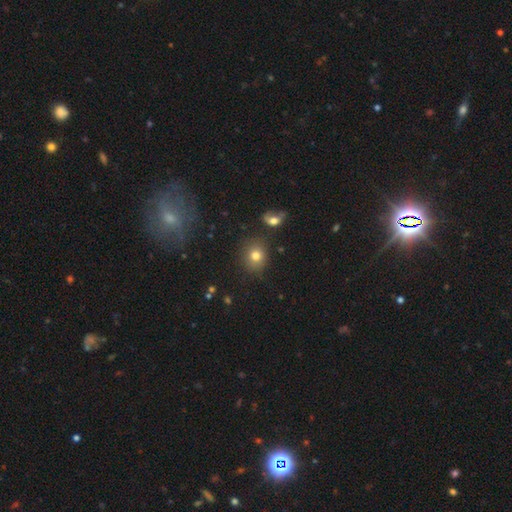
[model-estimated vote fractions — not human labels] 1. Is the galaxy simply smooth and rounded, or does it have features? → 78% smooth, 13% star or artifact, 9% featured or disk.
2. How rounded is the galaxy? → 73% round, 26% in between, 1% cigar-shaped.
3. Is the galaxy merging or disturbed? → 81% none, 11% minor disturbance, 4% merger, 4% major disturbance.